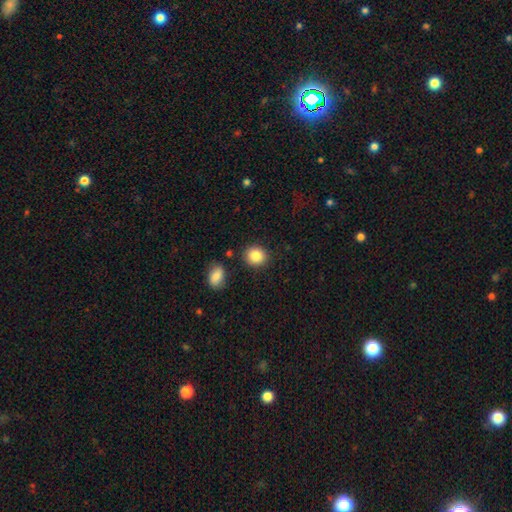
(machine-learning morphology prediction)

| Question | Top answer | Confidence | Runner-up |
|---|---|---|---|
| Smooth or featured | smooth | 87% | star or artifact (9%) |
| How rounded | round | 75% | in between (24%) |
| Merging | none | 85% | minor disturbance (8%) |